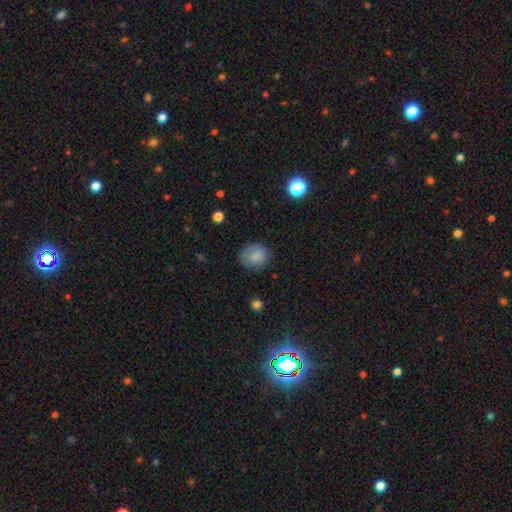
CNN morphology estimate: type=smooth (83%); roundness=round (77%); merging=none (79%).